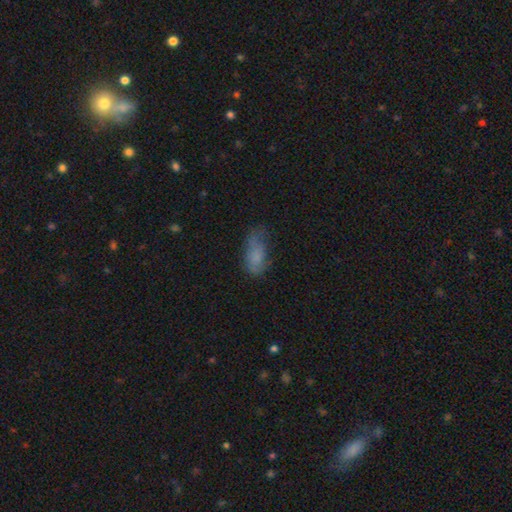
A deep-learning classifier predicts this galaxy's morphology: smooth-or-featured: smooth: 71% | featured or disk: 19% | star or artifact: 10%
  how-rounded: in between: 87% | cigar-shaped: 10% | round: 3%
  merging: none: 43% | minor disturbance: 34% | major disturbance: 20% | merger: 3%